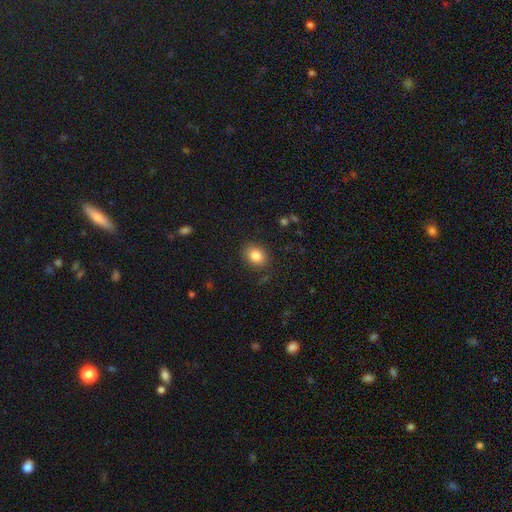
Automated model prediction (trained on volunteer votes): smooth-or-featured: smooth: 84% | star or artifact: 9% | featured or disk: 6%
  how-rounded: in between: 53% | round: 47% | cigar-shaped: 1%
  merging: none: 86% | minor disturbance: 10% | major disturbance: 3% | merger: 1%